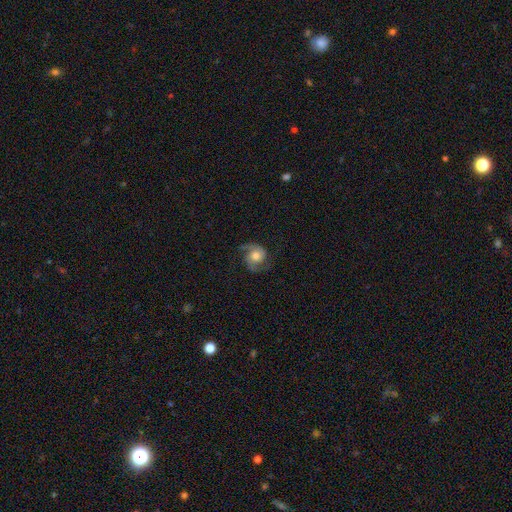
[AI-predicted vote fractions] Morphology: type=featured or disk (77%); edge-on=no (98%); bar=no (72%); spiral arms=yes (96%); winding=medium (49%); arm count=2 (90%); bulge=moderate (59%); merging=none (74%).